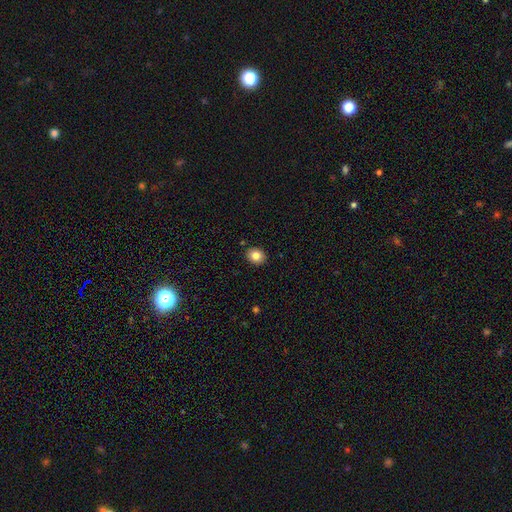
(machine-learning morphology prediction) The model was most divided on "how rounded": round: 61%, in between: 39%, cigar-shaped: 1%. More confident: merging — none (89%); smooth or featured — smooth (82%).